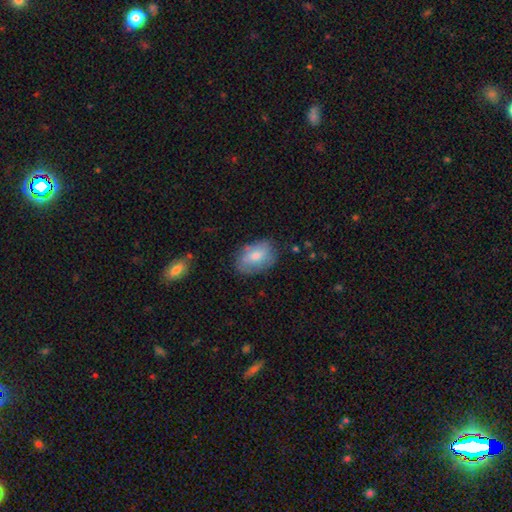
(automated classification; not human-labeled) smooth 67%, featured or disk 27%, star or artifact 7%. Down the decision tree: how rounded — in between (88%); merging — none (69%).